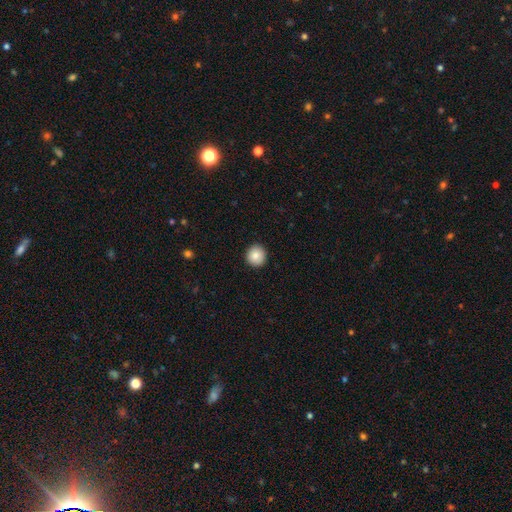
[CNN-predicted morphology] smooth 86%, star or artifact 8%, featured or disk 6%. Down the decision tree: how rounded — round (94%); merging — none (92%).